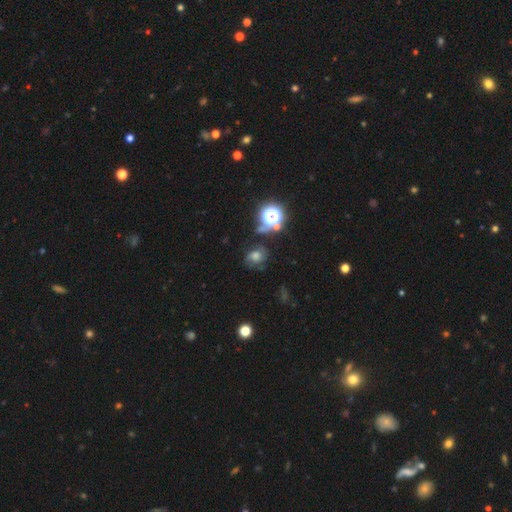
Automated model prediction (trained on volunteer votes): Smooth or featured: smooth — 38% (star or artifact — 32%)
Merging: none — 64% (minor disturbance — 20%)